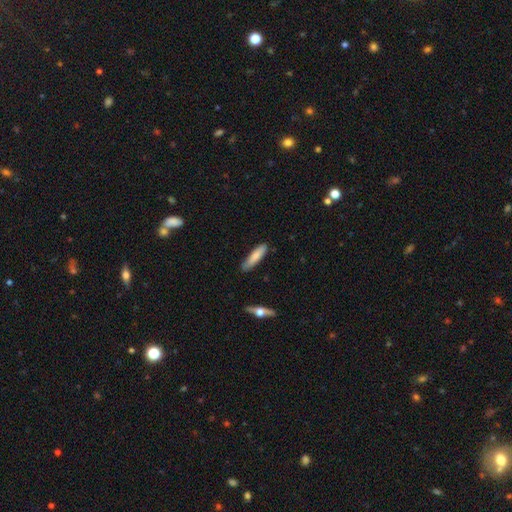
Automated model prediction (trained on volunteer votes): Smooth or featured? smooth (78%)
How rounded? cigar-shaped (76%)
Merging? none (79%)